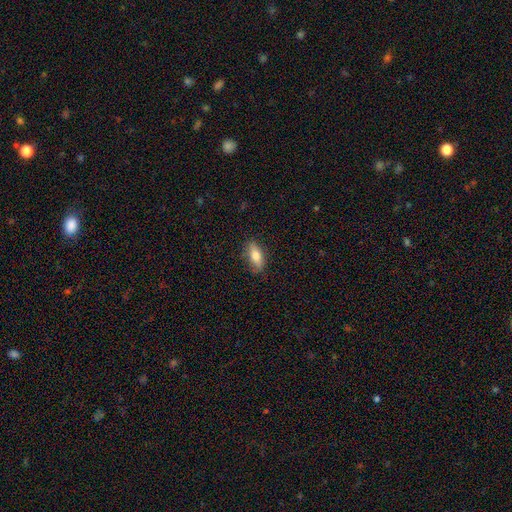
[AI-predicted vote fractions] A smooth galaxy with no disk features (75%) that is in between round and cigar-shaped (76%).

Vote fractions:
- Smooth or featured? smooth: 75% / featured or disk: 19% / star or artifact: 7%
- How rounded? in between: 76% / cigar-shaped: 21% / round: 3%
- Merging? none: 82% / minor disturbance: 14% / major disturbance: 3% / merger: 1%